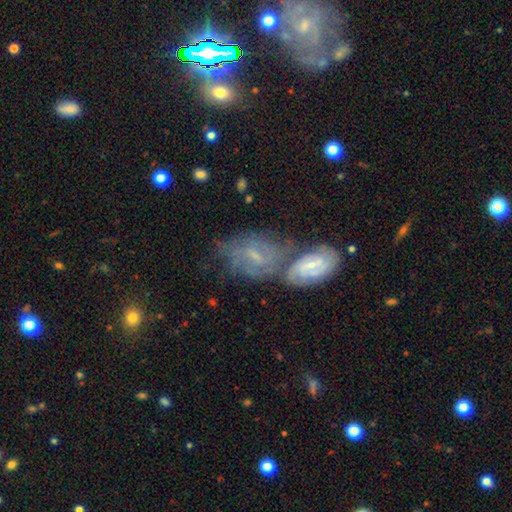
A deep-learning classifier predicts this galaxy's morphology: This appears to be a featured or disk galaxy (68%) with a weak bar (55%), tight (50%) spiral arms (84%) and a small central bulge (66%). Merging: merger (47%).